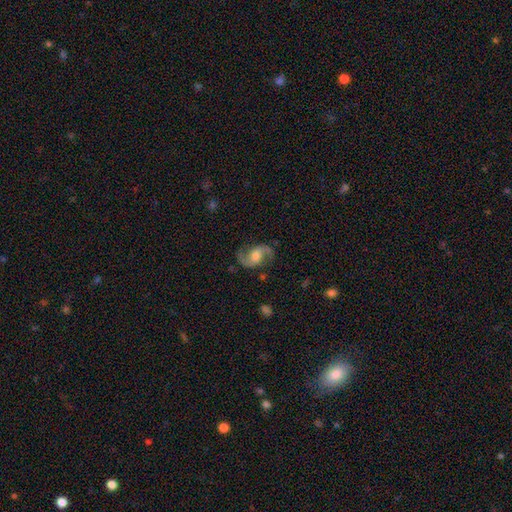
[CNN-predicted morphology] smooth_or_featured: featured or disk (p=0.87) [alt: smooth p=0.07]
disk_edge_on: no (p=0.98) [alt: yes p=0.02]
bar: no (p=0.46) [alt: weak p=0.43]
has_spiral_arms: yes (p=0.97) [alt: no p=0.03]
spiral_winding: medium (p=0.47) [alt: loose p=0.44]
spiral_arm_count: 2 (p=0.93) [alt: 1 p=0.02]
bulge_size: moderate (p=0.53) [alt: large p=0.19]
merging: none (p=0.79) [alt: minor disturbance p=0.13]